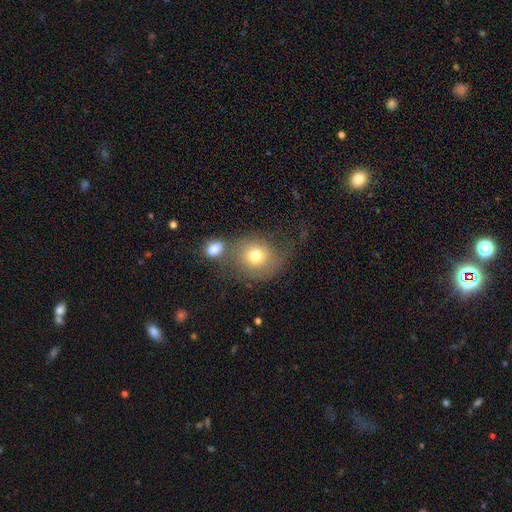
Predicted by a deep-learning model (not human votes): Smooth or featured? Predicted: smooth (p=0.67). How rounded? Predicted: round (p=0.74). Merging? Predicted: none (p=0.38).